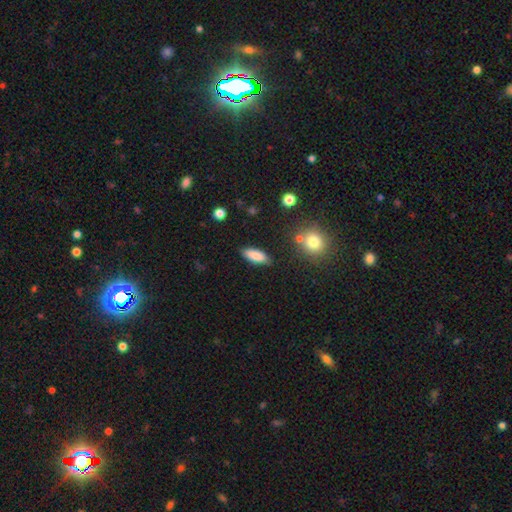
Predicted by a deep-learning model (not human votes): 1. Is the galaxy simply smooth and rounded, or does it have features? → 85% smooth, 8% featured or disk, 7% star or artifact.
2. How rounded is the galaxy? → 73% in between, 25% cigar-shaped, 3% round.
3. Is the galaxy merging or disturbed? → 83% none, 12% minor disturbance, 3% major disturbance, 2% merger.